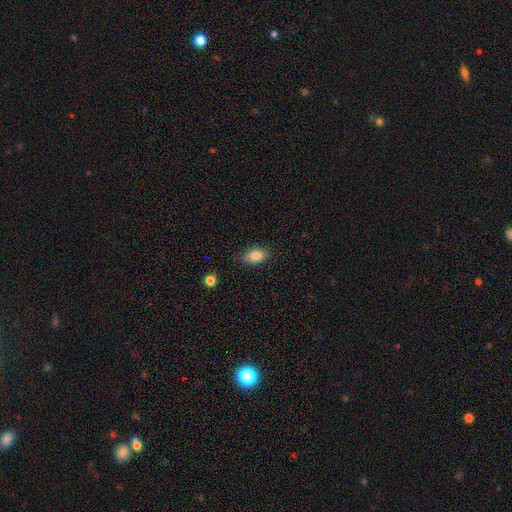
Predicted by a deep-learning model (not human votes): A smooth galaxy with no disk features (85%) that is in between round and cigar-shaped (88%).

Vote fractions:
- Smooth or featured? smooth: 85% / star or artifact: 8% / featured or disk: 7%
- How rounded? in between: 88% / round: 9% / cigar-shaped: 3%
- Merging? none: 83% / minor disturbance: 12% / major disturbance: 3% / merger: 1%